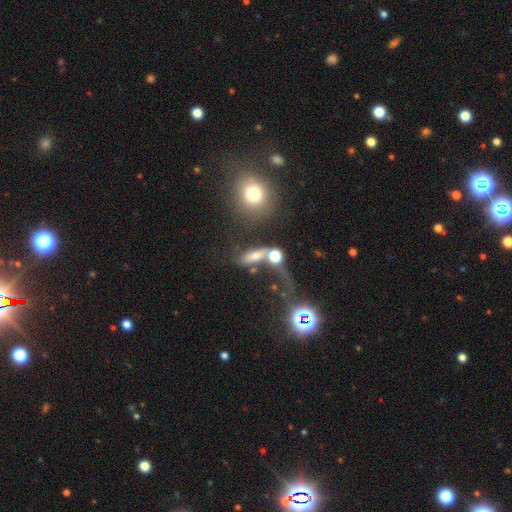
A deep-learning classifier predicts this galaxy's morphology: Smooth or featured? Predicted: smooth (p=0.56). How rounded? Predicted: in between (p=0.52). Merging? Predicted: none (p=0.35, tied with merger).